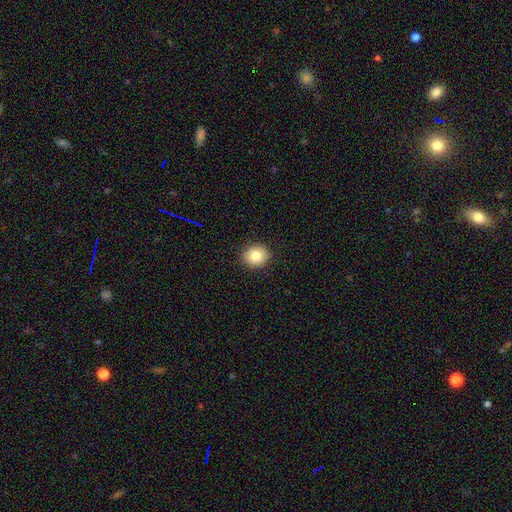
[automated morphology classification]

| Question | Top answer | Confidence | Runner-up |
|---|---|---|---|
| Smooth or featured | smooth | 82% | star or artifact (9%) |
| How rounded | round | 73% | in between (26%) |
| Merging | none | 91% | minor disturbance (6%) |